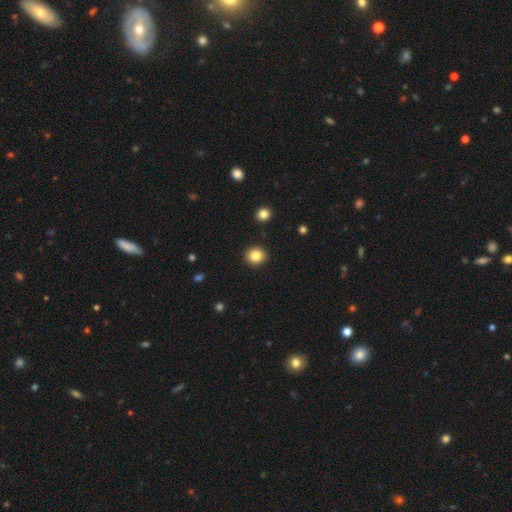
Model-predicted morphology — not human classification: Smooth or featured: smooth — 84% (star or artifact — 10%)
How rounded: round — 86% (in between — 13%)
Merging: none — 92% (minor disturbance — 5%)